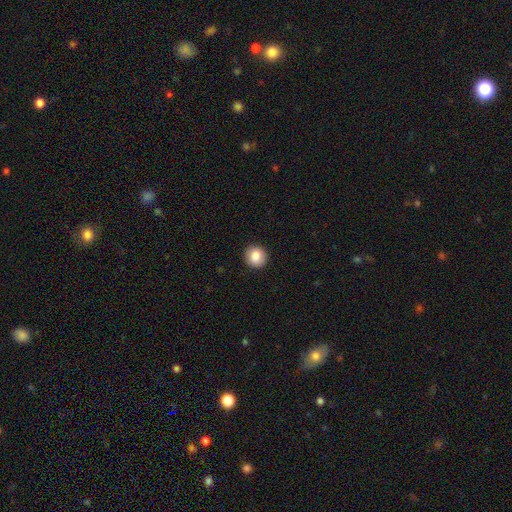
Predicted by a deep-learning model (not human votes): Morphology: type=smooth (86%); roundness=round (90%); merging=none (92%).